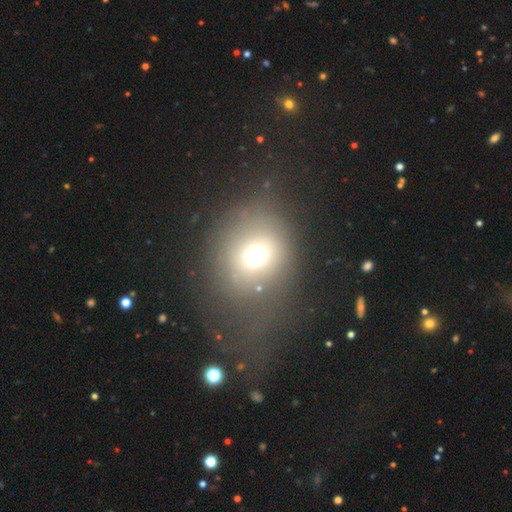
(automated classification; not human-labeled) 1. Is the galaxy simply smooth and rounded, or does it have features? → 65% smooth, 23% star or artifact, 12% featured or disk.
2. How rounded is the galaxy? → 77% round, 22% in between, 1% cigar-shaped.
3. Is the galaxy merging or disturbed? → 70% none, 13% minor disturbance, 13% major disturbance, 5% merger.